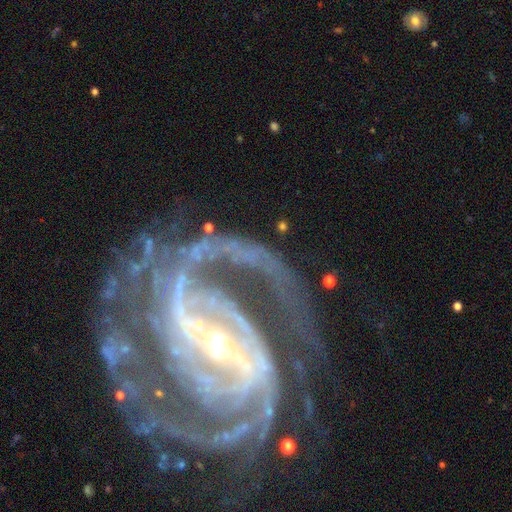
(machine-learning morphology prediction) A featured or disk galaxy (61%) with no bar (38%), spiral arms (75%) and a small central bulge (42%). Merging: none (49%).